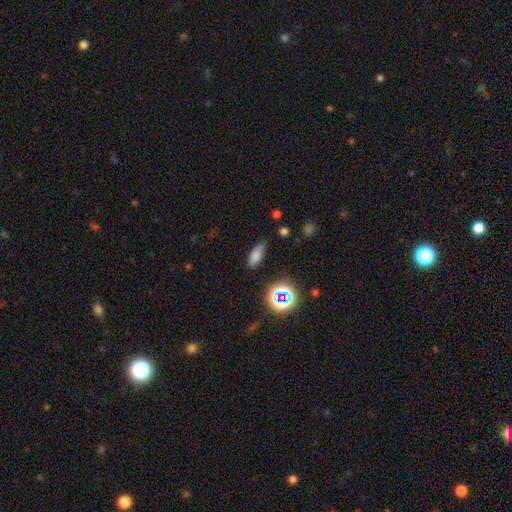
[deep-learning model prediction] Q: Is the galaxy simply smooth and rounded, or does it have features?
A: smooth — 74%.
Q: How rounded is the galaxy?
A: in between — 72%.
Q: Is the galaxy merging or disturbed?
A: none — 78%.